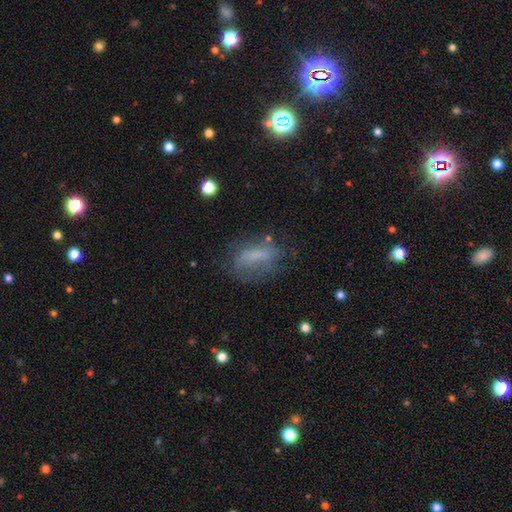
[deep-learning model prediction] A smooth galaxy with no disk features (55%) that is in between round and cigar-shaped (72%).

Vote fractions:
- Smooth or featured? smooth: 55% / featured or disk: 31% / star or artifact: 14%
- How rounded? in between: 72% / cigar-shaped: 21% / round: 7%
- Merging? none: 52% / minor disturbance: 25% / major disturbance: 20% / merger: 4%